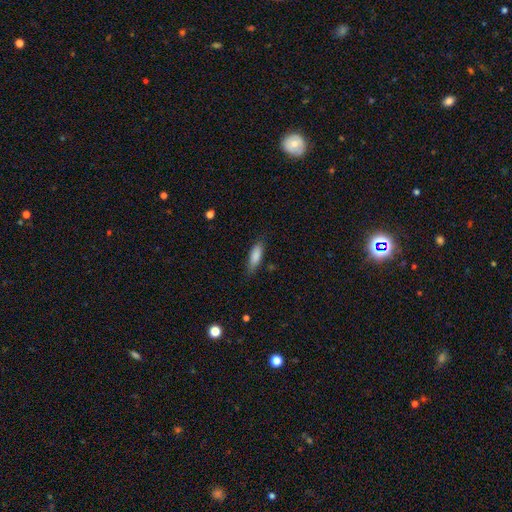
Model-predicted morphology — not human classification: Smooth or featured: smooth — 84% (featured or disk — 10%)
How rounded: in between — 52% (cigar-shaped — 47%)
Merging: none — 77% (minor disturbance — 18%)